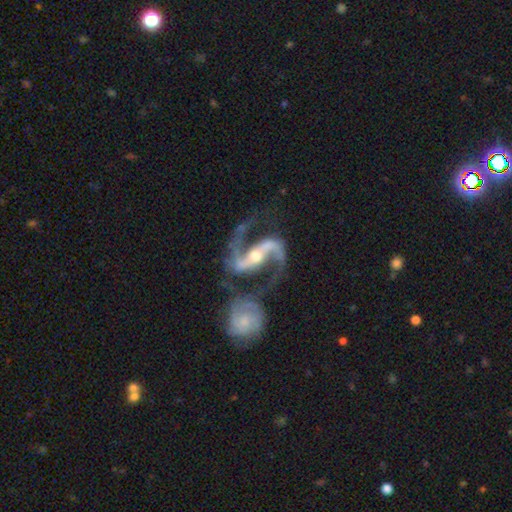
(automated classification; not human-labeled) Smooth or featured?
  - featured or disk: 93% *
  - star or artifact: 4%
  - smooth: 3%
Edge-on disk?
  - no: 97% *
  - yes: 3%
Bar?
  - strong: 59% *
  - weak: 24%
  - no: 17%
Spiral arms?
  - yes: 98% *
  - no: 2%
Spiral winding?
  - medium: 52% *
  - loose: 36%
  - tight: 12%
Spiral arm count?
  - 2: 93% *
  - 3: 2%
  - can't tell: 1%
  - 1: 1%
  - 4: 1%
  - more than 4: 1%
Bulge size?
  - moderate: 58% *
  - small: 37%
  - large: 3%
  - none: 1%
  - dominant: 1%
Merging?
  - none: 51% *
  - merger: 23%
  - minor disturbance: 15%
  - major disturbance: 11%